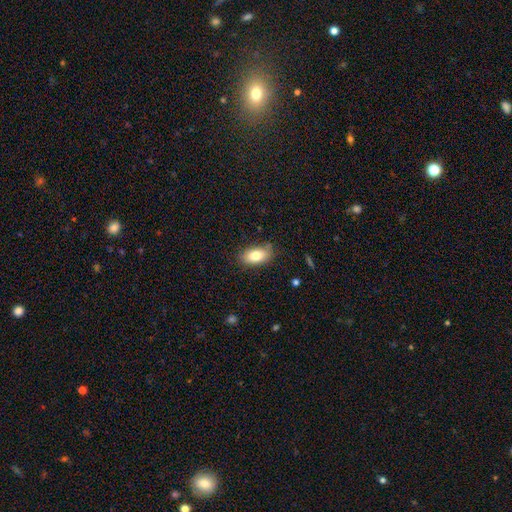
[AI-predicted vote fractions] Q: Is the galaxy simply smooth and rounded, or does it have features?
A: smooth — 82%.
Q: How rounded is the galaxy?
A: in between — 91%.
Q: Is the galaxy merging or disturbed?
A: none — 81%.